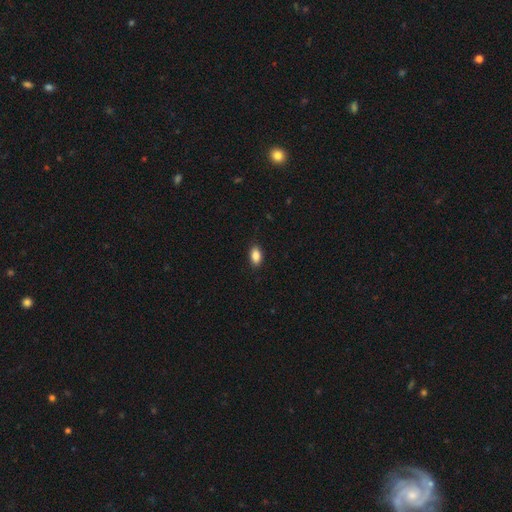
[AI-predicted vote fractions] smooth 87%, star or artifact 8%, featured or disk 5%. Down the decision tree: how rounded — in between (90%); merging — none (87%).